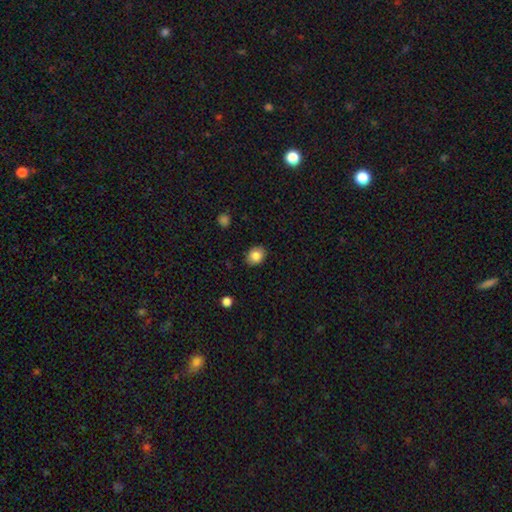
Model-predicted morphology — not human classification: This is clearly a smooth galaxy (85%). How rounded: possibly in between (53%). Merging: clearly none (87%).